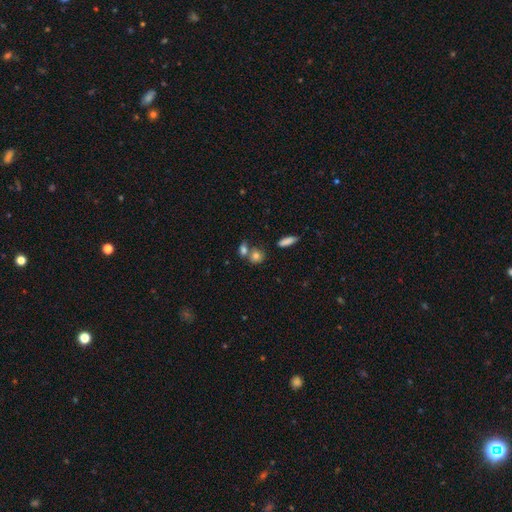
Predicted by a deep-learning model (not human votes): Morphology: type=smooth (78%); roundness=round (61%); merging=none (47%).